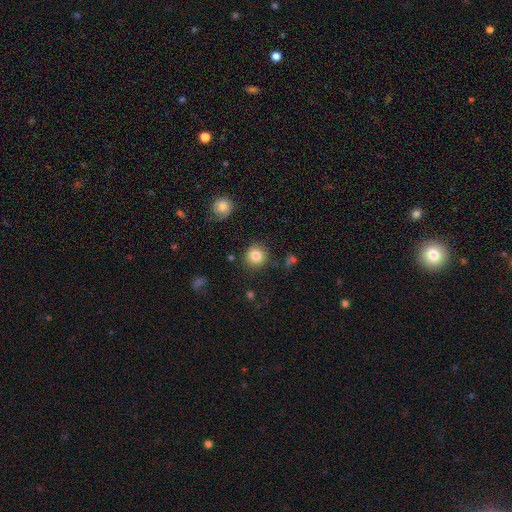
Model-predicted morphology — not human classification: Smooth or featured? Predicted: smooth (p=0.84). How rounded? Predicted: round (p=0.92). Merging? Predicted: none (p=0.86).